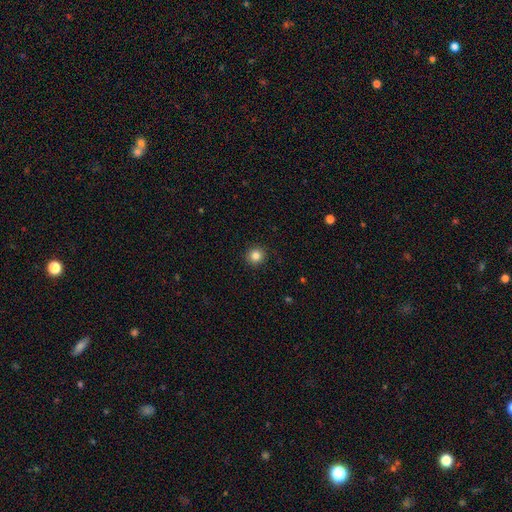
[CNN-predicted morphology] A smooth galaxy with no disk features (84%) that is round (93%). Merging: none (92%).